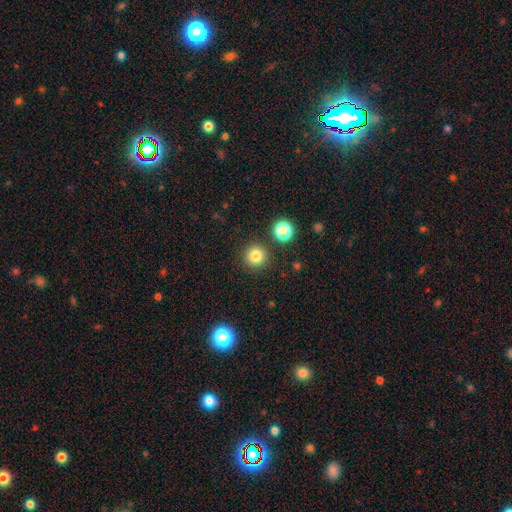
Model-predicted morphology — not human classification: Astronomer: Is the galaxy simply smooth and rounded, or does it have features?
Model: smooth — 82%.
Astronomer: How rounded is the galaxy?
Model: round — 95%.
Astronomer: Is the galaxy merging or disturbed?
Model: none — 87%.